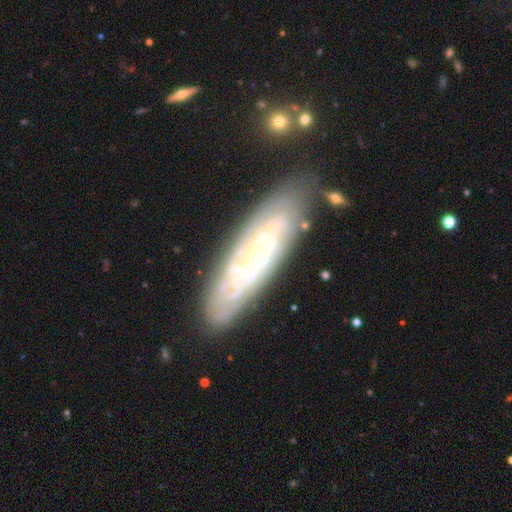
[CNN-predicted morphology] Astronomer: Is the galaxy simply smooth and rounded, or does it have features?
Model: featured or disk — 75%.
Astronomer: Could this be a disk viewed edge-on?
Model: no — 78%.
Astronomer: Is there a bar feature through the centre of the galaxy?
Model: no — 77%.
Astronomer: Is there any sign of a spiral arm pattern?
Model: yes — 85%.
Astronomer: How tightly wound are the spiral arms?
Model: tight — 80%.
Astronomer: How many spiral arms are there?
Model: can't tell — 67%.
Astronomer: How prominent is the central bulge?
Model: small — 81%.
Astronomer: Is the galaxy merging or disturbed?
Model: none — 79%.